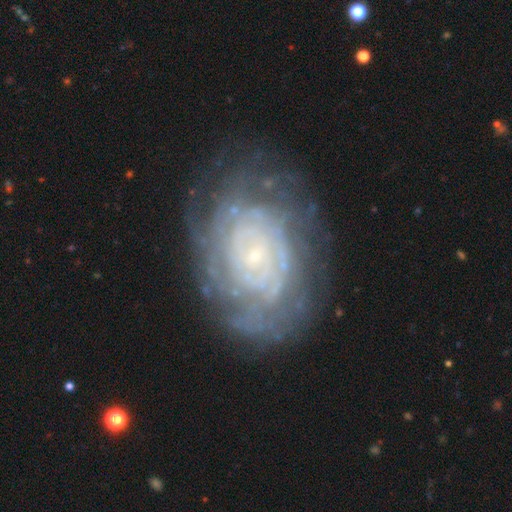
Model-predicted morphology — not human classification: A featured or disk galaxy (83%) with no bar (79%), tight (83%) spiral arms (91%) and a small central bulge (84%).

Vote fractions:
- Smooth or featured? featured or disk: 83% / smooth: 10% / star or artifact: 7%
- Edge-on disk? no: 97% / yes: 3%
- Bar? no: 79% / weak: 16% / strong: 5%
- Spiral arms? yes: 91% / no: 9%
- Spiral winding? tight: 83% / medium: 13% / loose: 4%
- Spiral arm count? can't tell: 49% / more than 4: 14% / 2: 11% / 4: 11% / 3: 9% / 1: 6%
- Bulge size? small: 84% / moderate: 11% / none: 3% / large: 2% / dominant: 1%
- Merging? none: 73% / minor disturbance: 17% / major disturbance: 8% / merger: 2%